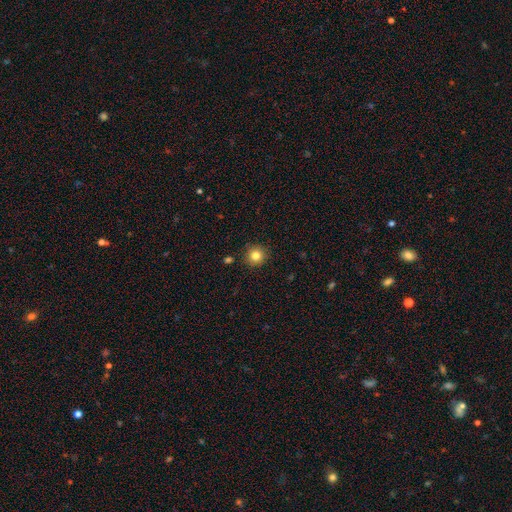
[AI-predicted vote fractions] A smooth galaxy with no disk features (82%) that is round (92%).

Vote fractions:
- Smooth or featured? smooth: 82% / star or artifact: 11% / featured or disk: 6%
- How rounded? round: 92% / in between: 7% / cigar-shaped: 1%
- Merging? none: 90% / minor disturbance: 6% / merger: 2% / major disturbance: 2%